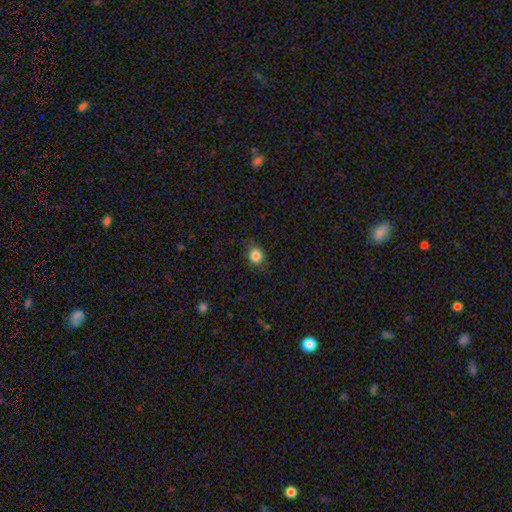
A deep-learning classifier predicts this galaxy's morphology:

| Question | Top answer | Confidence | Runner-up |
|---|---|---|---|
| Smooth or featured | smooth | 85% | star or artifact (10%) |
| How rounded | round | 67% | in between (32%) |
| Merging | none | 79% | minor disturbance (15%) |